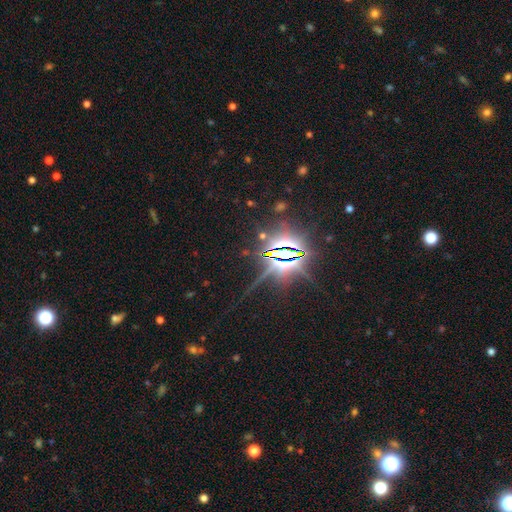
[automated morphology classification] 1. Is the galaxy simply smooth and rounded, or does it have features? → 87% star or artifact, 6% featured or disk, 6% smooth.